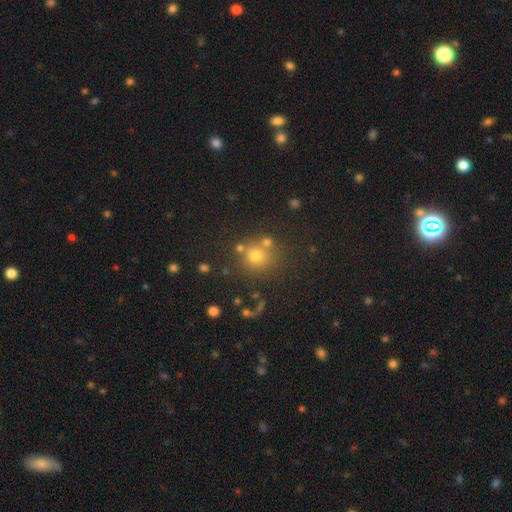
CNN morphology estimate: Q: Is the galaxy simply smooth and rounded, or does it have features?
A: smooth — 69%.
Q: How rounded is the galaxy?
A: round — 90%.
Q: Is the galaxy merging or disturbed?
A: none — 72%.